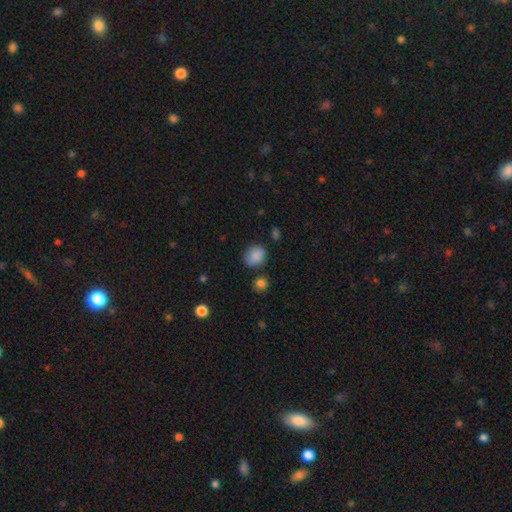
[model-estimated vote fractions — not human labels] Smooth or featured? Predicted: smooth (p=0.85). How rounded? Predicted: round (p=0.60). Merging? Predicted: none (p=0.72).